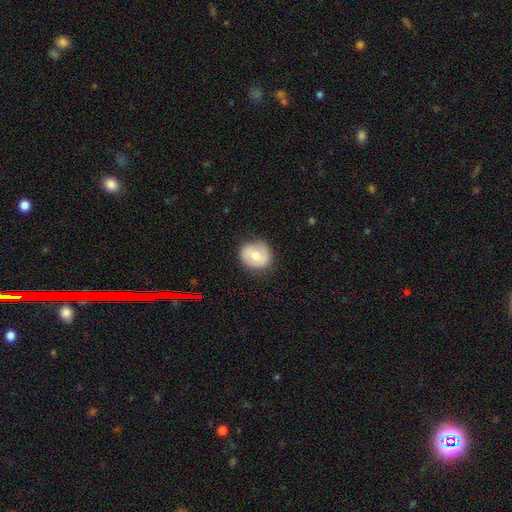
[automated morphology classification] This appears to be a smooth galaxy with no disk features (65%) that is round (78%). Merging: none (81%).